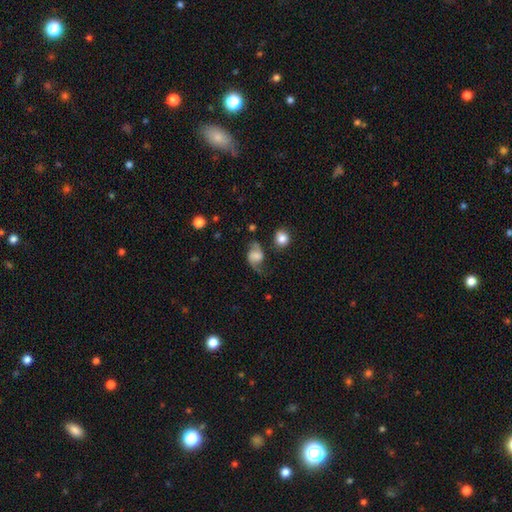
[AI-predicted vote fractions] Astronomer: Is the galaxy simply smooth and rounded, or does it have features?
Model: featured or disk — 72%.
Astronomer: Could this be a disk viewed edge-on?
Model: no — 97%.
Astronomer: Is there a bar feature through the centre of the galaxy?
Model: no — 45% (runner-up: weak, 42%).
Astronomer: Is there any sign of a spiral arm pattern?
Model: yes — 94%.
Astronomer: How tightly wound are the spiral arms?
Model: loose — 62%.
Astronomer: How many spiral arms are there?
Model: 2 — 92%.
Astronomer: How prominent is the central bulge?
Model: none — 38% (runner-up: moderate, 21%).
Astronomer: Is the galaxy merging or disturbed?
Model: none — 66%.